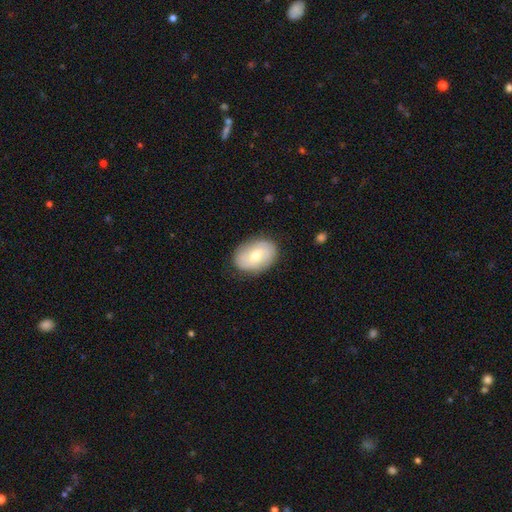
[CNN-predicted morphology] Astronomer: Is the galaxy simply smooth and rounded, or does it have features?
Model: smooth — 58% (runner-up: featured or disk, 35%).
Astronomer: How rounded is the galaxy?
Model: in between — 79%.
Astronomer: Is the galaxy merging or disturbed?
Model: none — 83%.